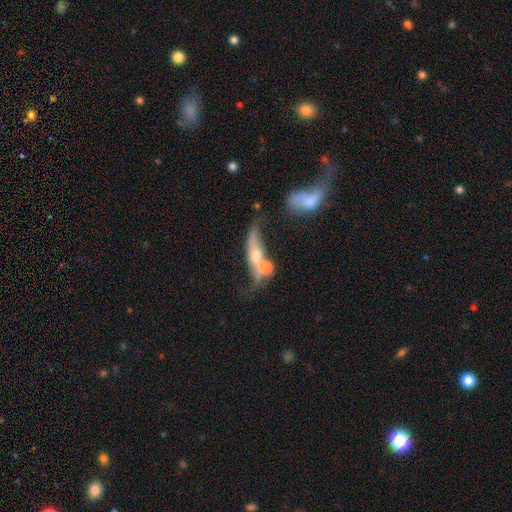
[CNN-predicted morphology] type=featured or disk (56%); edge-on=no (71%); merging=merger (58%).